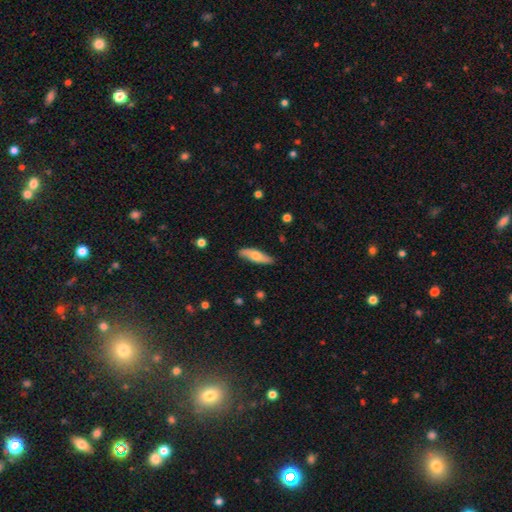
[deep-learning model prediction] Smooth or featured?
  - smooth: 58% *
  - featured or disk: 36%
  - star or artifact: 6%
How rounded?
  - cigar-shaped: 60% *
  - in between: 38%
  - round: 2%
Merging?
  - none: 83% *
  - minor disturbance: 13%
  - major disturbance: 2%
  - merger: 1%